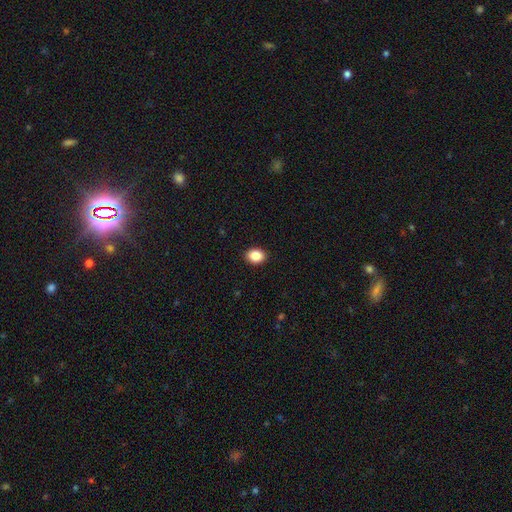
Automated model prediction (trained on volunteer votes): Morphology: type=smooth (88%); roundness=in between (66%); merging=none (91%).